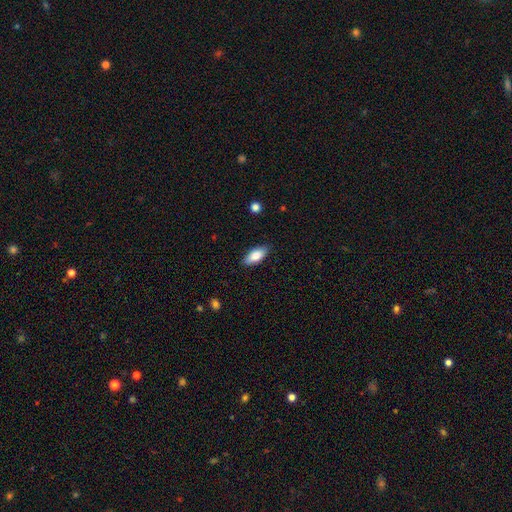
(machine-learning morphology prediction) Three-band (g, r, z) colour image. It shows a smooth galaxy with no disk features (81%) that is in between round and cigar-shaped (83%). Merging: none (86%).